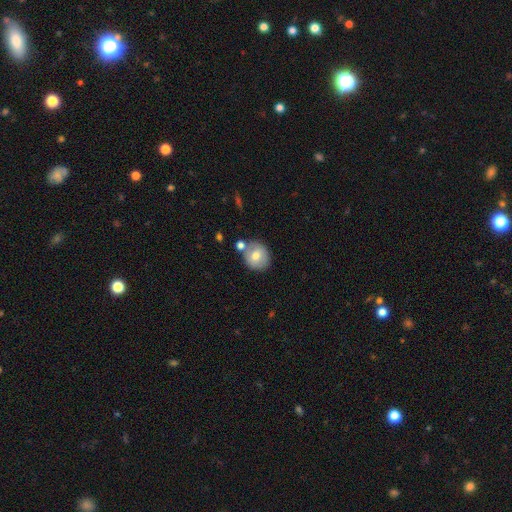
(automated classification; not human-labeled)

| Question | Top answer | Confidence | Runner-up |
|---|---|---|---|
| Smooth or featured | smooth | 69% | featured or disk (22%) |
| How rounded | round | 79% | in between (20%) |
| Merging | none | 65% | merger (19%) |